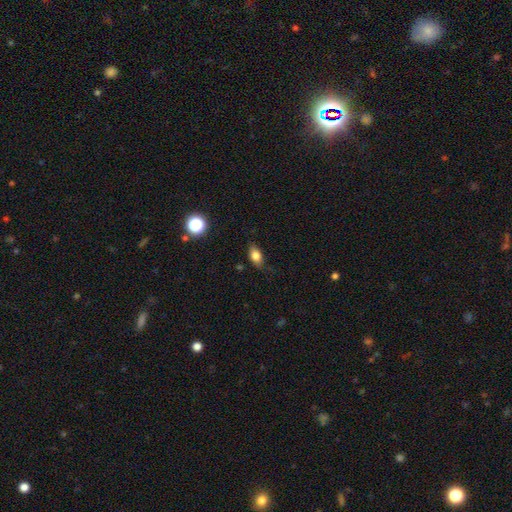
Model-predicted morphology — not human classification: This is likely a smooth galaxy (78%). How rounded: clearly in between (81%). Merging: likely none (76%).